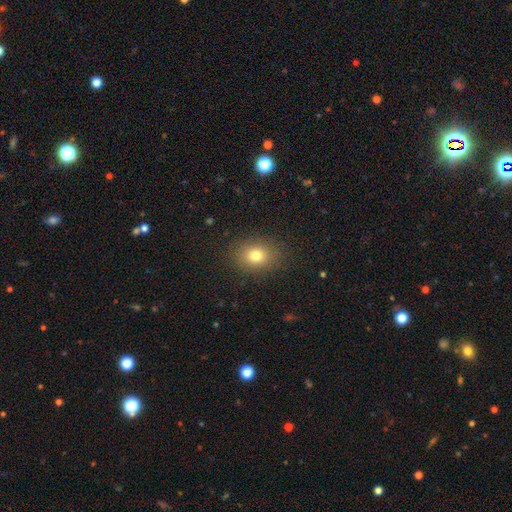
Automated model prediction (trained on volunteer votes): This is likely a smooth galaxy (78%). How rounded: possibly in between (54%). Merging: clearly none (87%).